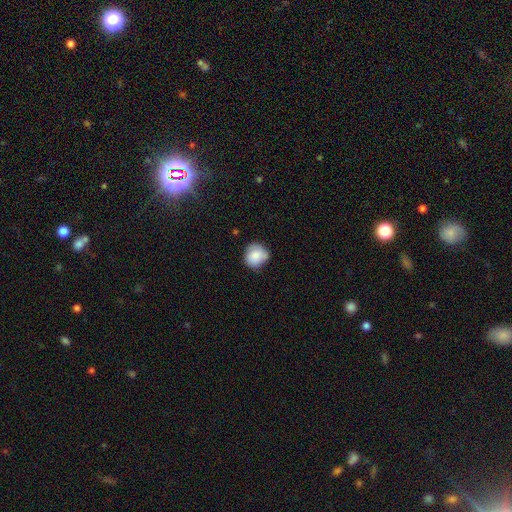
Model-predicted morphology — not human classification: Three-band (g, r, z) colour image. It shows a smooth galaxy with no disk features (81%) that is round (85%). Merging: none (66%).